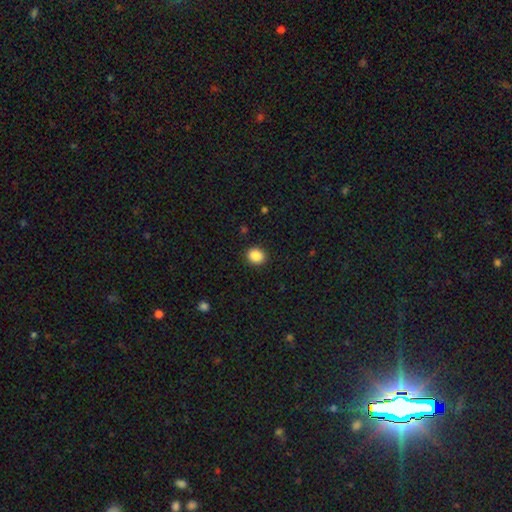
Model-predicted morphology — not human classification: This appears to be a smooth galaxy with no disk features (88%) that is round (72%). Merging: none (91%).